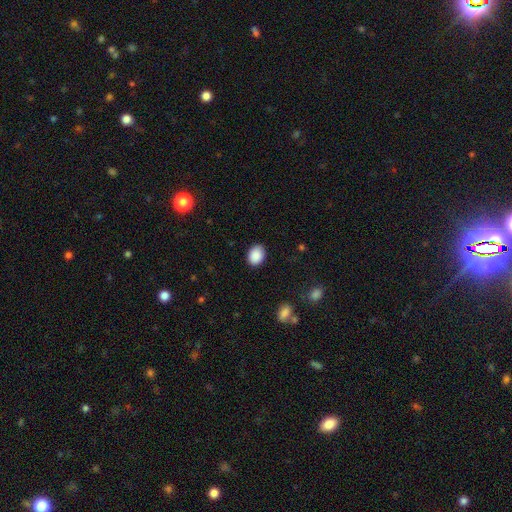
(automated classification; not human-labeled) smooth_or_featured: smooth (p=0.89) [alt: star or artifact p=0.08]
how_rounded: in between (p=0.64) [alt: round p=0.35]
merging: none (p=0.87) [alt: minor disturbance p=0.09]